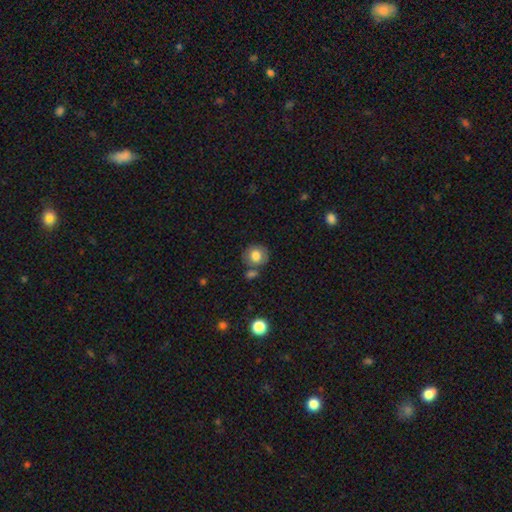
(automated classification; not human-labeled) A smooth galaxy with no disk features (79%) that is round (85%).

Vote fractions:
- Smooth or featured? smooth: 79% / featured or disk: 12% / star or artifact: 9%
- How rounded? round: 85% / in between: 14% / cigar-shaped: 1%
- Merging? none: 69% / merger: 14% / minor disturbance: 13% / major disturbance: 4%